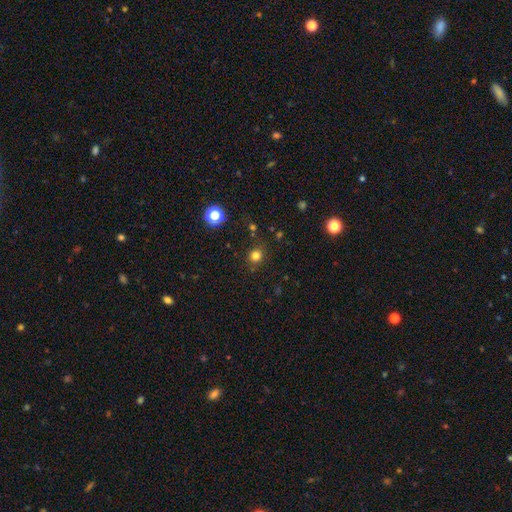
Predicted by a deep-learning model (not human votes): The model was most divided on "smooth or featured": smooth: 78%, star or artifact: 16%, featured or disk: 5%. More confident: merging — none (85%); how rounded — round (85%).